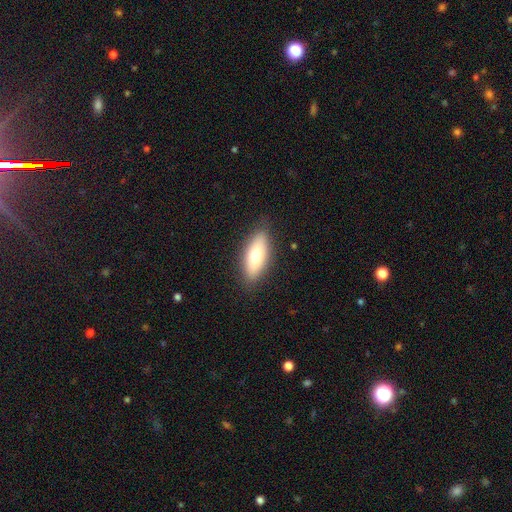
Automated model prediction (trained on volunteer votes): Smooth or featured: smooth — 72% (featured or disk — 22%)
How rounded: in between — 70% (cigar-shaped — 28%)
Merging: none — 87% (minor disturbance — 10%)